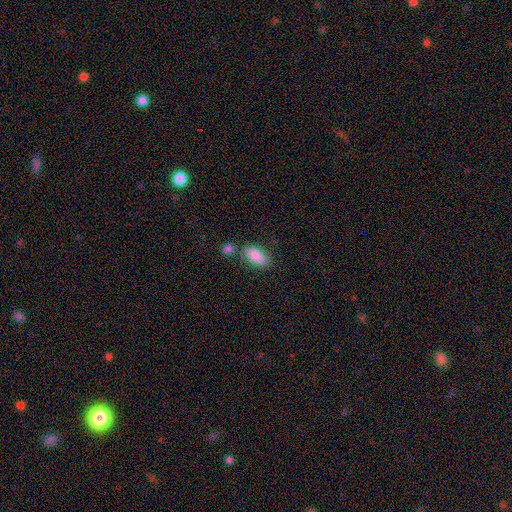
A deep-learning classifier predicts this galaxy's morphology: This appears to be a smooth galaxy with no disk features (86%) that is in between round and cigar-shaped (92%). Merging: none (67%).